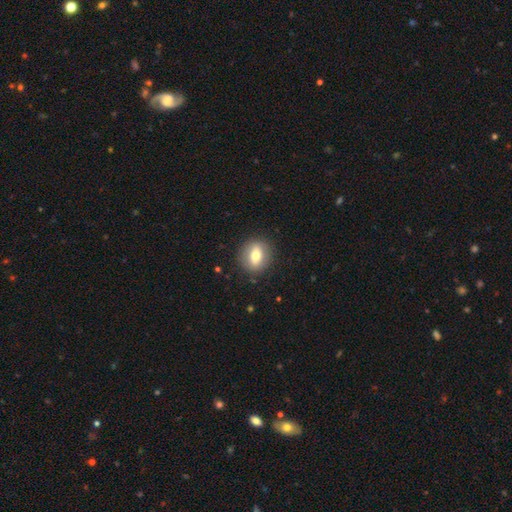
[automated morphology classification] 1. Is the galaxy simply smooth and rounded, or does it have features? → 62% smooth, 29% featured or disk, 9% star or artifact.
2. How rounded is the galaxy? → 66% round, 32% in between, 2% cigar-shaped.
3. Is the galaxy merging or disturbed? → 88% none, 8% minor disturbance, 3% major disturbance, 1% merger.